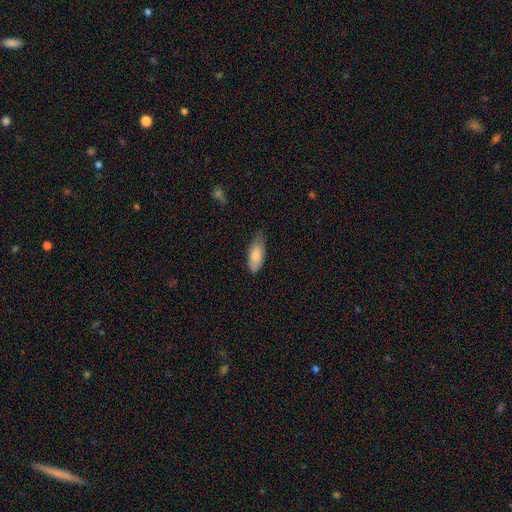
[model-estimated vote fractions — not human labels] Smooth or featured? Predicted: smooth (p=0.79). How rounded? Predicted: in between (p=0.83). Merging? Predicted: none (p=0.59).